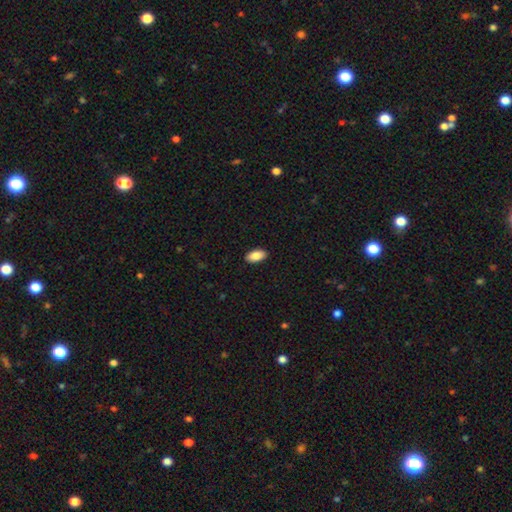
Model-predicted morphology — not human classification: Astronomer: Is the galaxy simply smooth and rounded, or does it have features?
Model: smooth — 87%.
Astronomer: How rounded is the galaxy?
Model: in between — 94%.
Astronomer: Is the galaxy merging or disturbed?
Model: none — 90%.